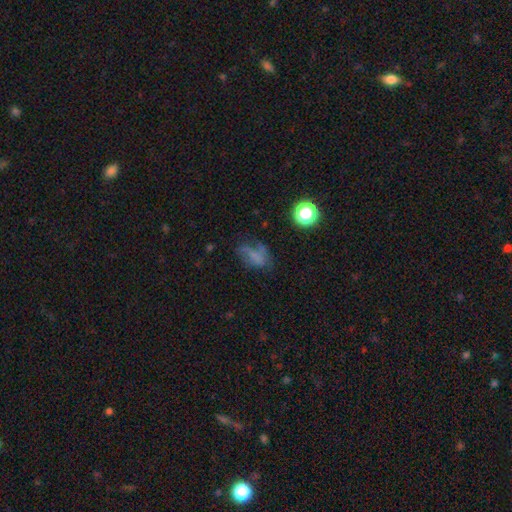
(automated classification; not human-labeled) Q: Smooth or featured?
A: smooth (52%); runner-up: featured or disk (27%)
Q: How rounded?
A: in between (76%); runner-up: round (20%)
Q: Merging?
A: none (39%); runner-up: major disturbance (32%)